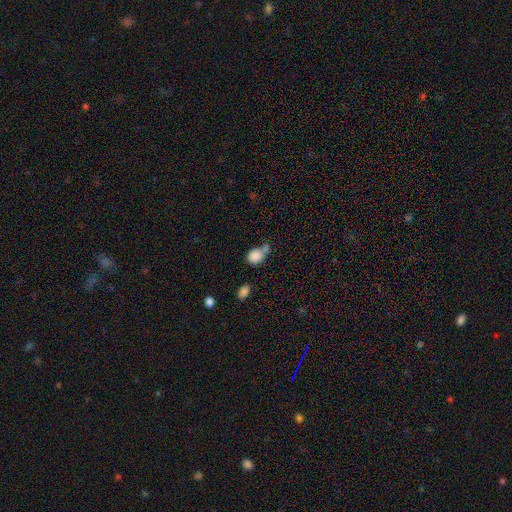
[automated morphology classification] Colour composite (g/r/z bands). It shows a smooth galaxy with no disk features (85%) that is round (51%). Merging: none (41%).